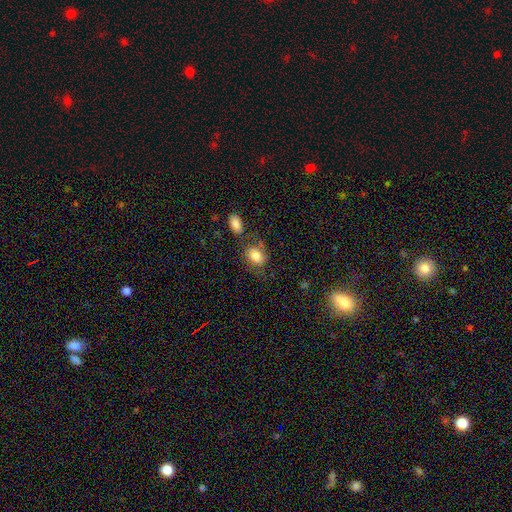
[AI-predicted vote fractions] A smooth galaxy with no disk features (77%) that is in between round and cigar-shaped (71%).

Vote fractions:
- Smooth or featured? smooth: 77% / featured or disk: 15% / star or artifact: 9%
- How rounded? in between: 71% / round: 28% / cigar-shaped: 1%
- Merging? none: 51% / minor disturbance: 20% / merger: 18% / major disturbance: 11%